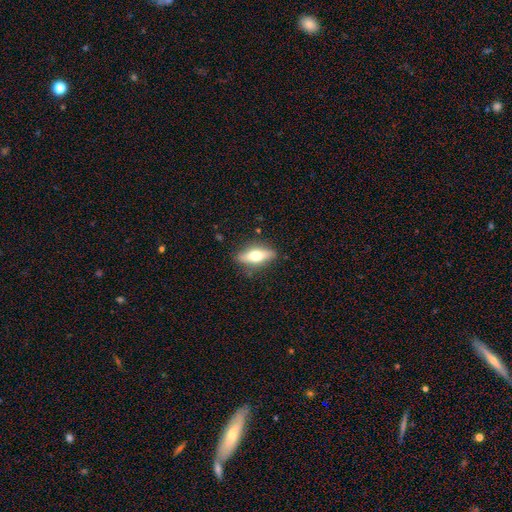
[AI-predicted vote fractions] Smooth or featured: smooth — 56% (featured or disk — 38%)
How rounded: in between — 63% (cigar-shaped — 34%)
Merging: none — 83% (minor disturbance — 12%)